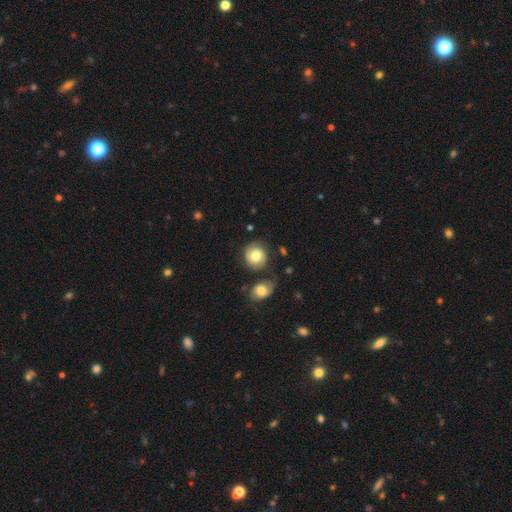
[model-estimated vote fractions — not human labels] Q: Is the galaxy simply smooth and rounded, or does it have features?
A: smooth — 61%.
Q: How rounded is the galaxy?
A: round — 85%.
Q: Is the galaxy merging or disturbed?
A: none — 68%.